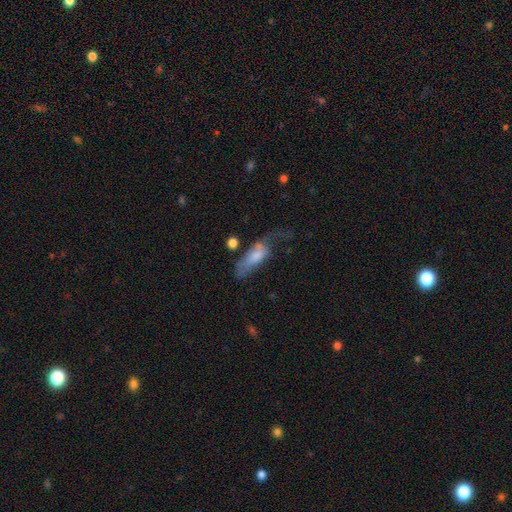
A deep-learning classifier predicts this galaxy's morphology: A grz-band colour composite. It shows a smooth galaxy with no disk features (67%) that is in between round and cigar-shaped (69%). Merging: major disturbance (42%).